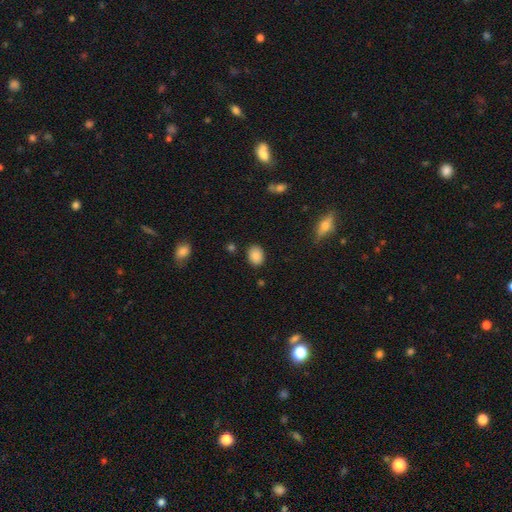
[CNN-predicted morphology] Smooth or featured? Predicted: smooth (p=0.87). How rounded? Predicted: in between (p=0.63). Merging? Predicted: none (p=0.86).